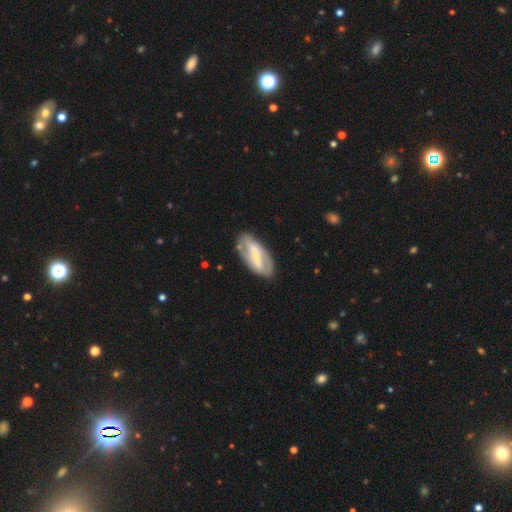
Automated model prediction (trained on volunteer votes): Smooth or featured?
  - featured or disk: 72% *
  - smooth: 23%
  - star or artifact: 5%
Edge-on disk?
  - no: 90% *
  - yes: 10%
Bar?
  - strong: 63% *
  - weak: 24%
  - no: 13%
Spiral arms?
  - yes: 64% *
  - no: 36%
Bulge size?
  - small: 60% *
  - moderate: 33%
  - none: 3%
  - large: 3%
  - dominant: 1%
Merging?
  - none: 77% *
  - minor disturbance: 15%
  - major disturbance: 5%
  - merger: 2%